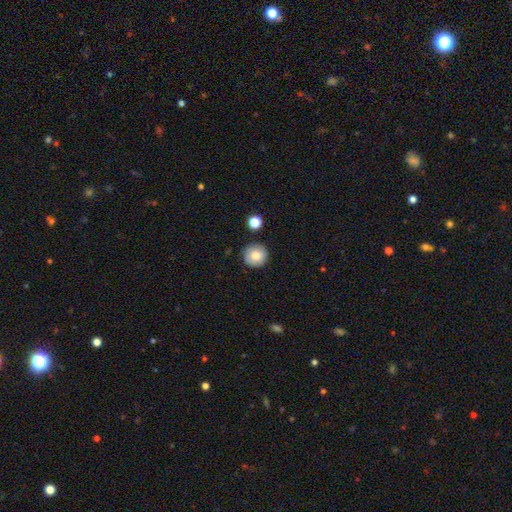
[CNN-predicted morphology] A smooth galaxy with no disk features (81%) that is round (95%).

Vote fractions:
- Smooth or featured? smooth: 81% / featured or disk: 10% / star or artifact: 9%
- How rounded? round: 95% / in between: 4% / cigar-shaped: 1%
- Merging? none: 87% / minor disturbance: 8% / merger: 3% / major disturbance: 2%